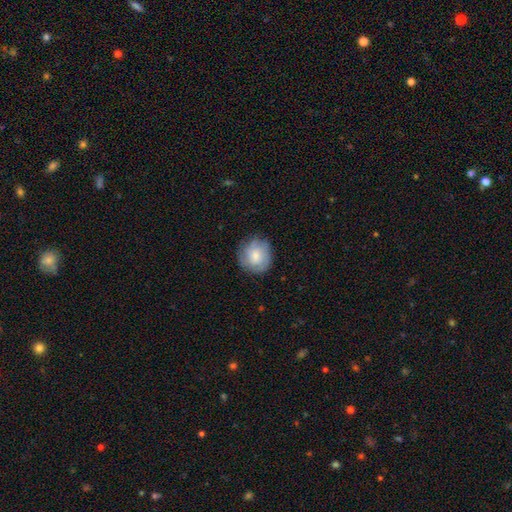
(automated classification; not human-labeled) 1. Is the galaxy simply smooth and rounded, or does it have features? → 67% smooth, 26% featured or disk, 7% star or artifact.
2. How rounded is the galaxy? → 85% round, 14% in between, 1% cigar-shaped.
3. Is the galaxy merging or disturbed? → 79% none, 16% minor disturbance, 4% major disturbance, 1% merger.